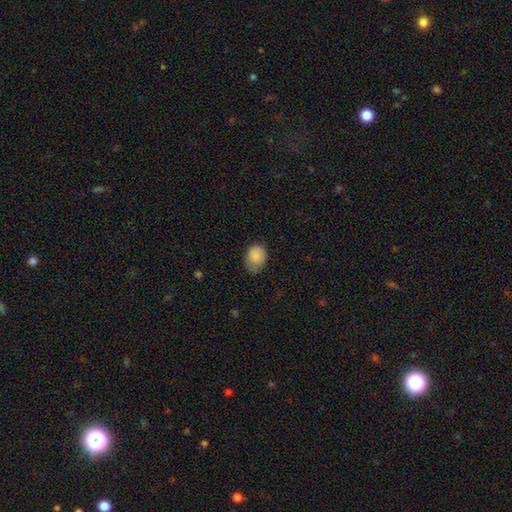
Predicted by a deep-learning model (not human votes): smooth-or-featured: smooth: 85% | star or artifact: 8% | featured or disk: 7%
  how-rounded: in between: 55% | round: 45% | cigar-shaped: 1%
  merging: none: 56% | minor disturbance: 33% | major disturbance: 9% | merger: 1%